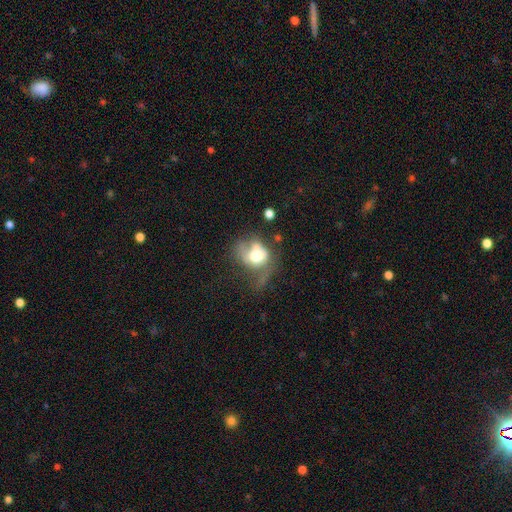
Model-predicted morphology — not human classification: Q: Smooth or featured?
A: smooth (54%); runner-up: featured or disk (36%)
Q: How rounded?
A: round (52%); runner-up: in between (47%)
Q: Merging?
A: major disturbance (41%); runner-up: minor disturbance (21%)